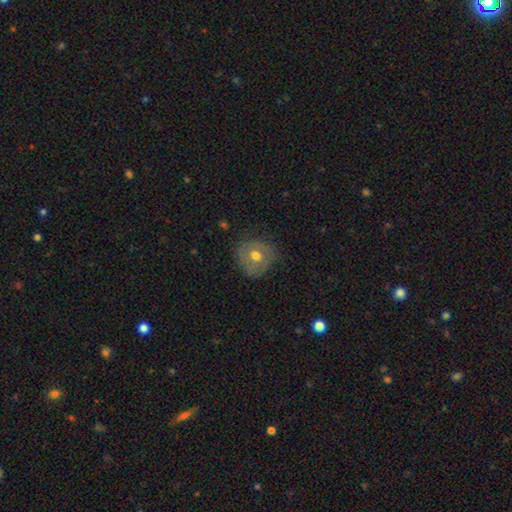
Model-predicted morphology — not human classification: A smooth galaxy with no disk features (53%) that is round (84%). Merging: none (72%).